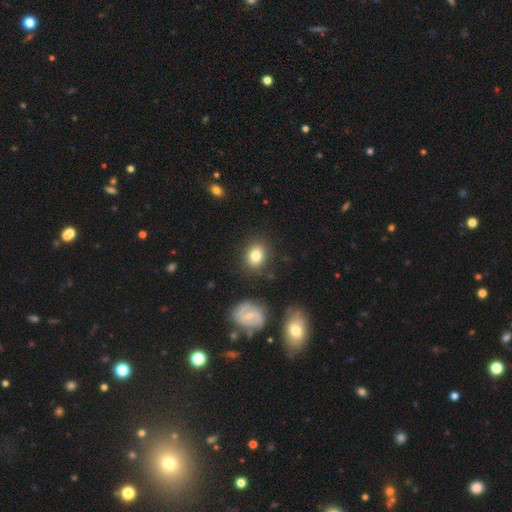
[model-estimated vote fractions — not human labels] A smooth galaxy with no disk features (80%) that is round (54%). Merging: none (83%).